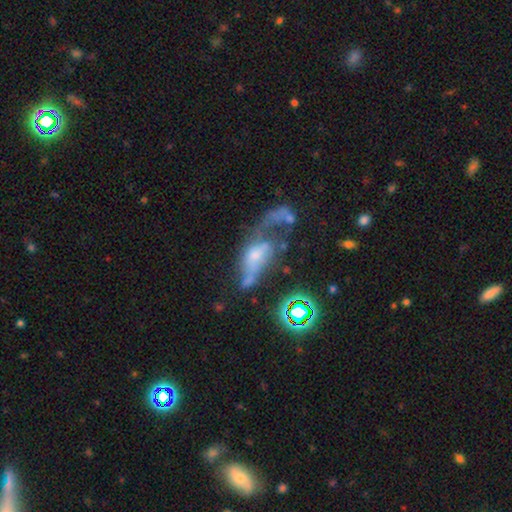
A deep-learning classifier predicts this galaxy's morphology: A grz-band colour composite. It shows a featured or disk galaxy (49%). Merging: major disturbance (47%).